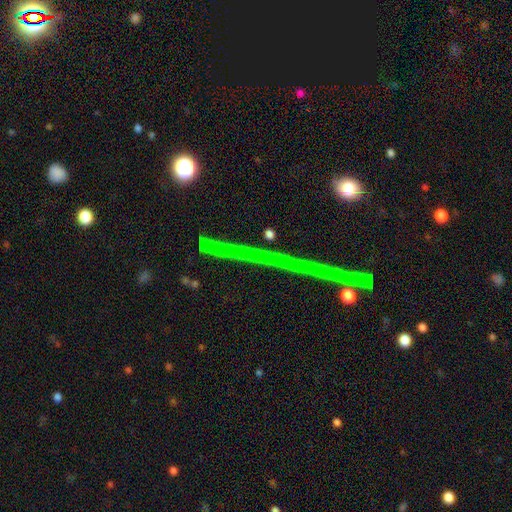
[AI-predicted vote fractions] Smooth or featured?
  - star or artifact: 77% *
  - featured or disk: 15%
  - smooth: 8%